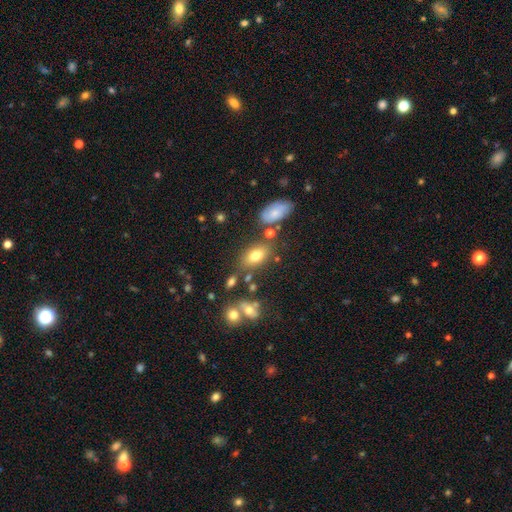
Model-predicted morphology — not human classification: smooth 75%, featured or disk 14%, star or artifact 11%. Down the decision tree: how rounded — in between (86%); merging — none (70%).